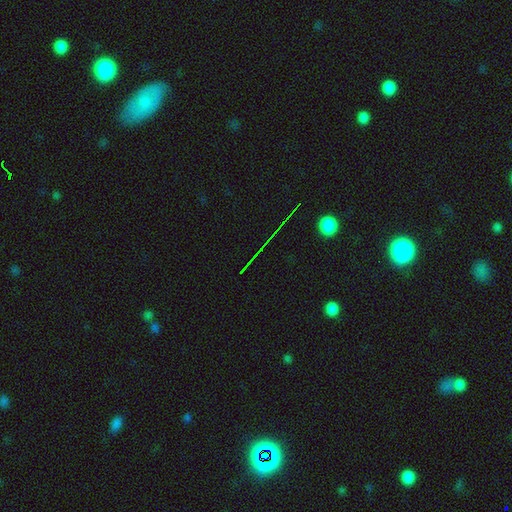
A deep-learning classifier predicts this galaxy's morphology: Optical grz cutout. It shows a star or artifact, not a galaxy (75%).